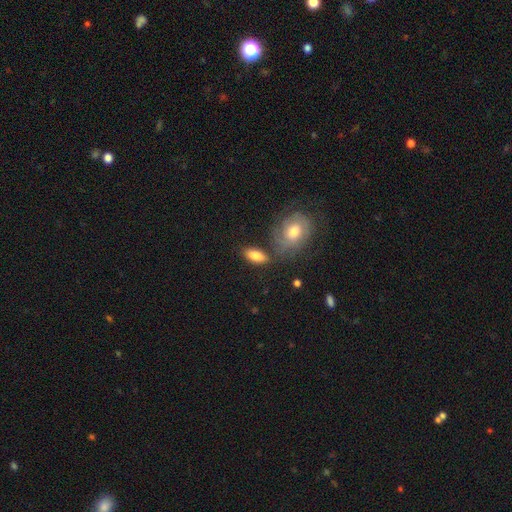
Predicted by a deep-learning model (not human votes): Overall: smooth (80%). How rounded: in between (87%). Merging: none (68%).